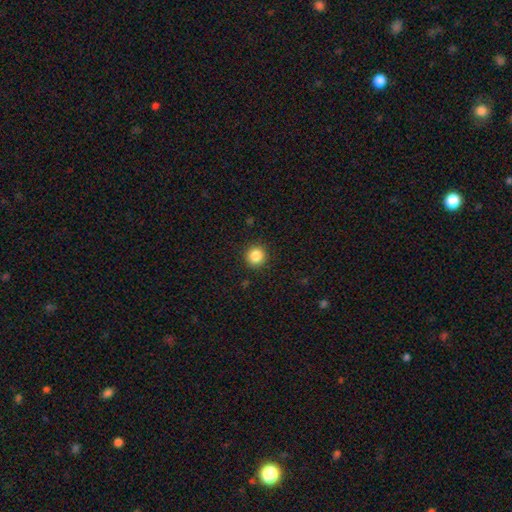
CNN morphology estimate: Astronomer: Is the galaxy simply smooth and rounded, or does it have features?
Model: smooth — 86%.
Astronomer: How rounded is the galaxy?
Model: round — 92%.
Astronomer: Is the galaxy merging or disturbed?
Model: none — 91%.